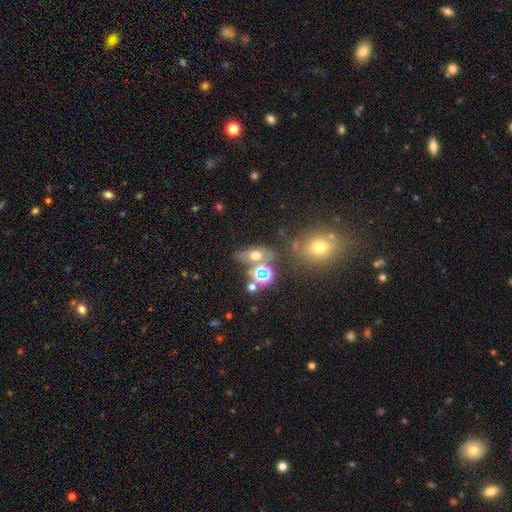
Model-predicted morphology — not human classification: Overall: smooth (53%; star or artifact 26%). How rounded: in between (66%; round 27%). Merging: none (59%; merger 21%).